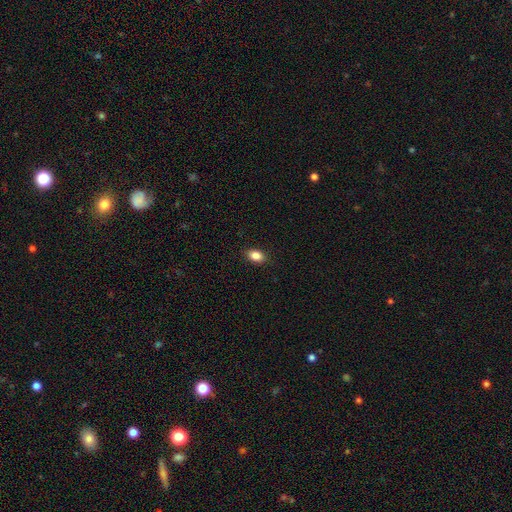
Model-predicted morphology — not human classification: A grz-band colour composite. It shows a smooth galaxy with no disk features (85%) that is in between round and cigar-shaped (81%). Merging: none (89%).